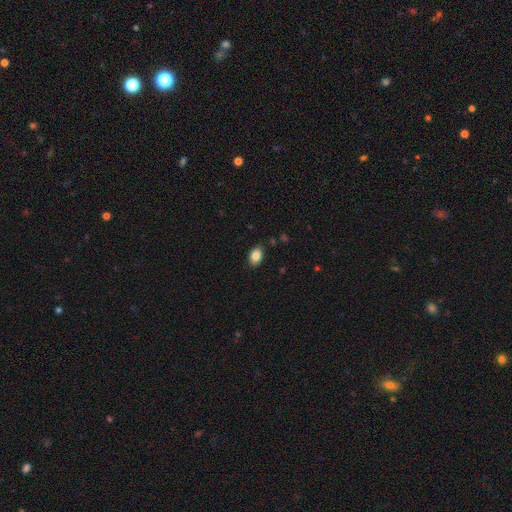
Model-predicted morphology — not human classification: smooth-or-featured: smooth: 85% | star or artifact: 8% | featured or disk: 6%
  how-rounded: in between: 83% | round: 16% | cigar-shaped: 1%
  merging: none: 86% | minor disturbance: 10% | major disturbance: 2% | merger: 1%